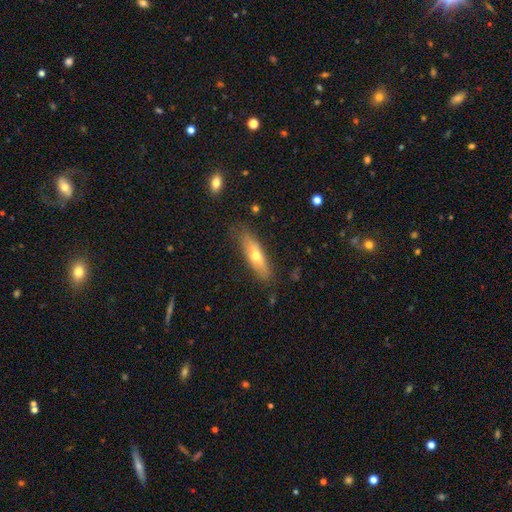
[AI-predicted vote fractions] This is possibly a smooth galaxy (53%). How rounded: possibly cigar-shaped (58%). Merging: likely none (79%).